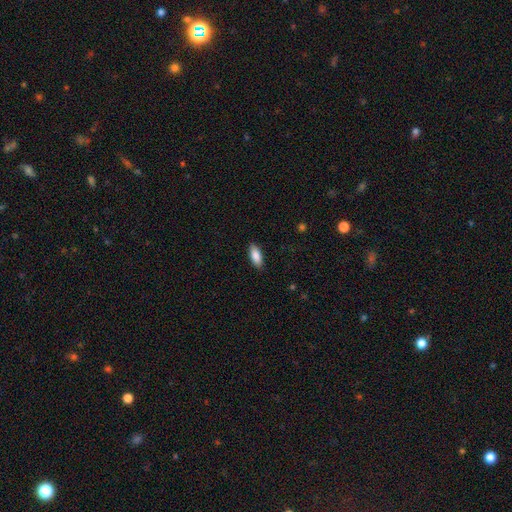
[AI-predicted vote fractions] Q: Smooth or featured?
A: smooth (87%); runner-up: featured or disk (7%)
Q: How rounded?
A: in between (80%); runner-up: cigar-shaped (18%)
Q: Merging?
A: none (88%); runner-up: minor disturbance (9%)